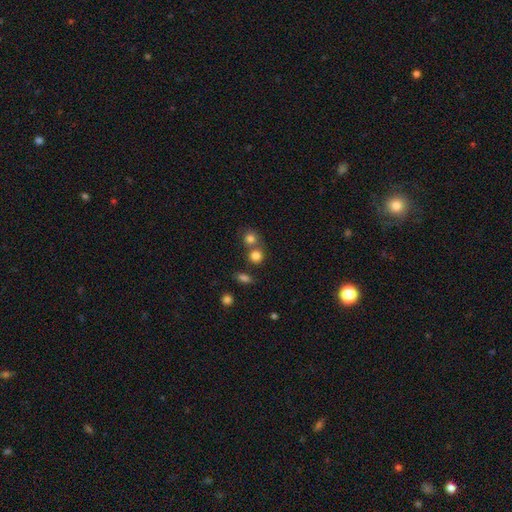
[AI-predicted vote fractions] This appears to be a smooth galaxy with no disk features (80%) that is round (82%). Merging: none (55%).